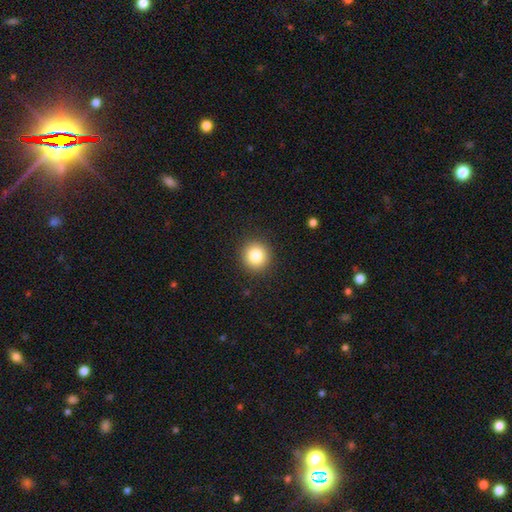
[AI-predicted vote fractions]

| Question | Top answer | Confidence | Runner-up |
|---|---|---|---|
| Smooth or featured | smooth | 83% | star or artifact (11%) |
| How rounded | round | 93% | in between (6%) |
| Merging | none | 92% | minor disturbance (6%) |